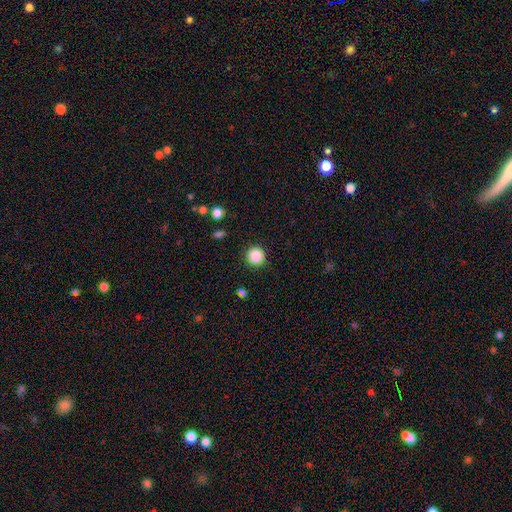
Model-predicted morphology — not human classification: This appears to be a smooth galaxy with no disk features (87%) that is round (95%). Merging: none (91%).